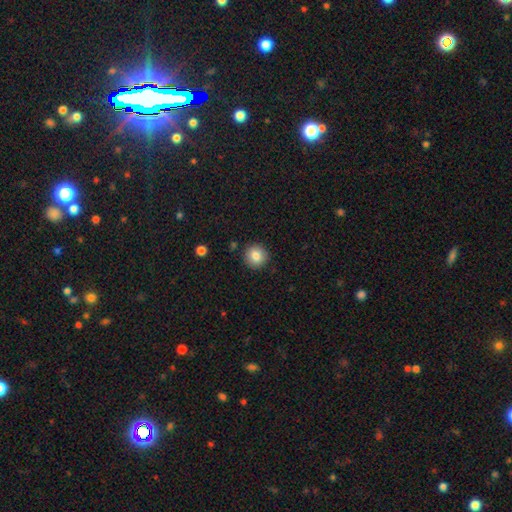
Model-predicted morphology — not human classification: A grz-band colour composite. It shows a smooth galaxy with no disk features (85%) that is round (93%). Merging: none (90%).